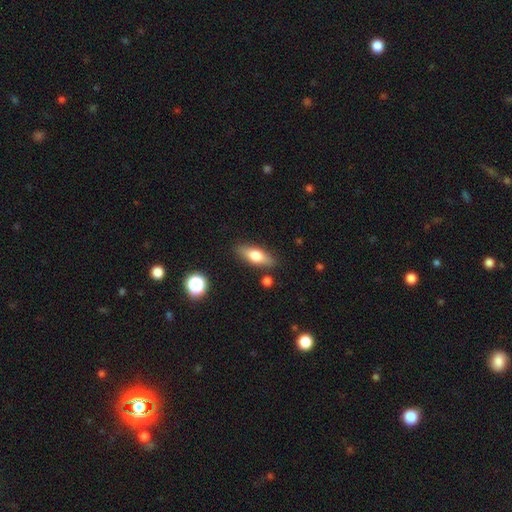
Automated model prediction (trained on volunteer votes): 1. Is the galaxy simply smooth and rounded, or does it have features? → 63% smooth, 30% featured or disk, 7% star or artifact.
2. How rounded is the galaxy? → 63% in between, 33% cigar-shaped, 4% round.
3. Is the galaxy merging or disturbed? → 84% none, 10% minor disturbance, 3% merger, 2% major disturbance.